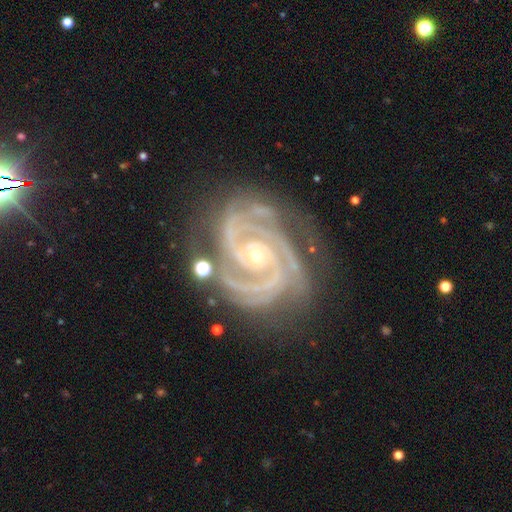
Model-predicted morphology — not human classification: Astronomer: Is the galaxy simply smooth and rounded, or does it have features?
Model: featured or disk — 93%.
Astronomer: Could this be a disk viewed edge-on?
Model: no — 98%.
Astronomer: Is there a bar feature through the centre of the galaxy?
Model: no — 66%.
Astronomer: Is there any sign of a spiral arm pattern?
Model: yes — 99%.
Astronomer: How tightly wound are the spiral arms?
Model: tight — 76%.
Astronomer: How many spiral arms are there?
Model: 2 — 48% (runner-up: 3, 31%).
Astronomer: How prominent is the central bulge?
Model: small — 78%.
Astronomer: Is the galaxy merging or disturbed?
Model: none — 72%.